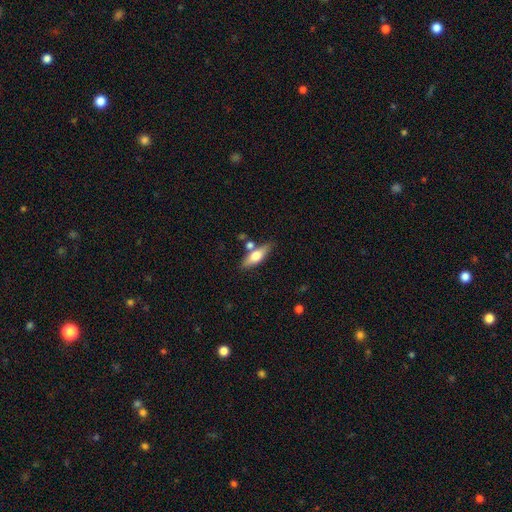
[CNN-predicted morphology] type=smooth (53%); roundness=in between (49%); merging=none (70%).